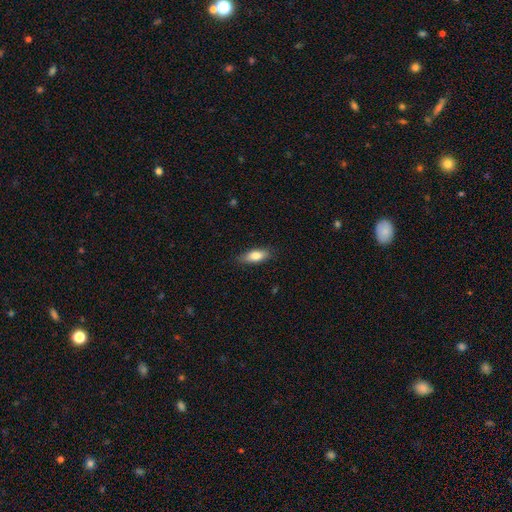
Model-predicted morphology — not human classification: smooth-or-featured: smooth: 79% | featured or disk: 14% | star or artifact: 6%
  how-rounded: in between: 72% | cigar-shaped: 25% | round: 3%
  merging: none: 83% | minor disturbance: 14% | major disturbance: 3% | merger: 1%